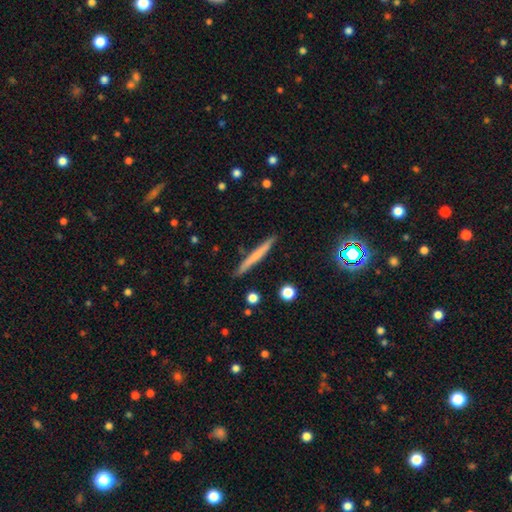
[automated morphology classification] type=smooth (59%); roundness=cigar-shaped (96%); merging=none (90%).